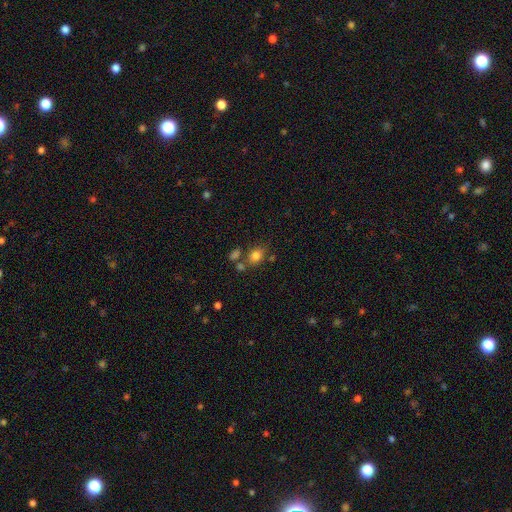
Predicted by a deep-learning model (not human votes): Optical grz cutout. It shows a smooth galaxy with no disk features (79%) that is in between round and cigar-shaped (58%). Merging: none (63%).